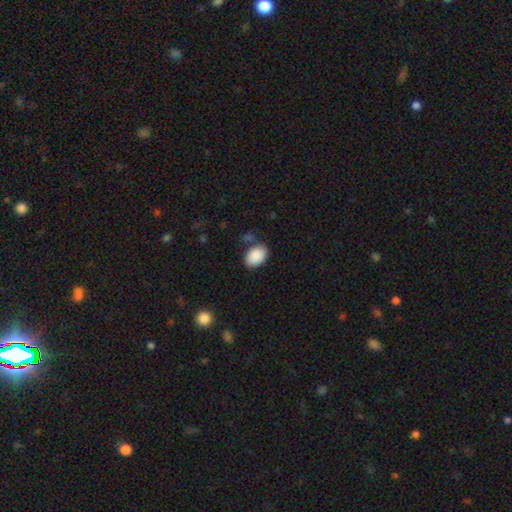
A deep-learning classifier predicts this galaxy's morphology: A smooth galaxy with no disk features (90%) that is in between round and cigar-shaped (83%). Merging: none (76%).